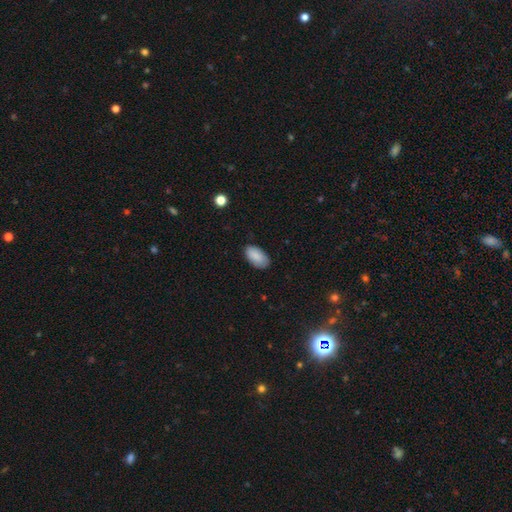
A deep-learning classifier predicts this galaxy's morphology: This is clearly a smooth galaxy (88%). How rounded: clearly in between (95%). Merging: likely none (80%).